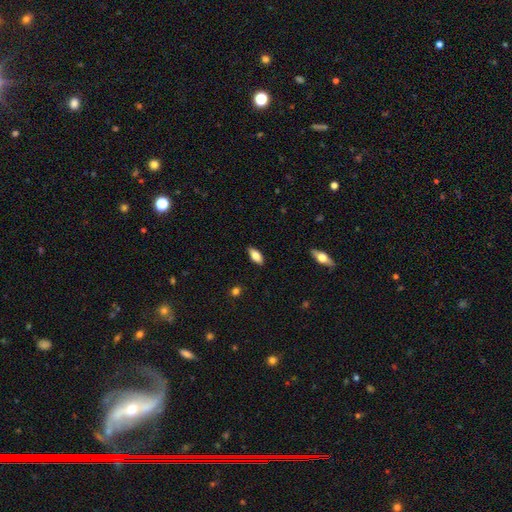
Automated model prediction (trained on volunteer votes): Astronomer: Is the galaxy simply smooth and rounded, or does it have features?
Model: smooth — 80%.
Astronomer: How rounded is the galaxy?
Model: in between — 85%.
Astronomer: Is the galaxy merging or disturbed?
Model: none — 87%.